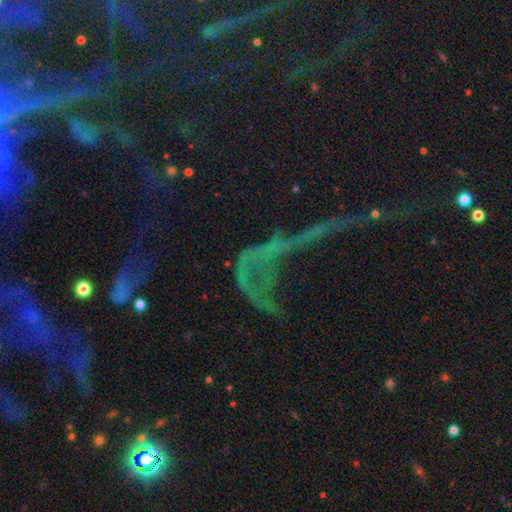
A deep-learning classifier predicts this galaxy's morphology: Smooth or featured: star or artifact — 64% (featured or disk — 23%)